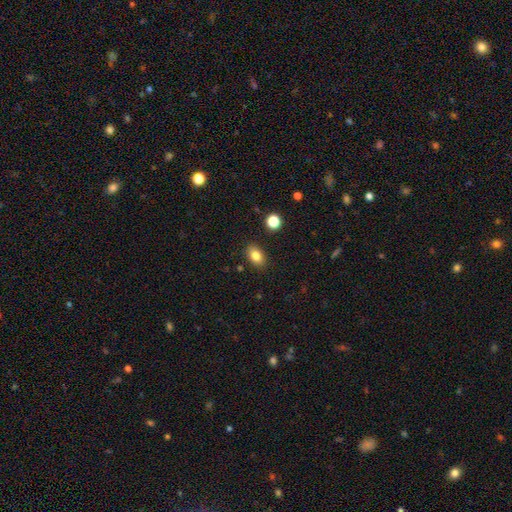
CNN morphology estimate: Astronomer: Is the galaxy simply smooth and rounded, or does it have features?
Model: smooth — 83%.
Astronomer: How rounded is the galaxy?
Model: in between — 83%.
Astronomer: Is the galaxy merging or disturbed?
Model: none — 87%.